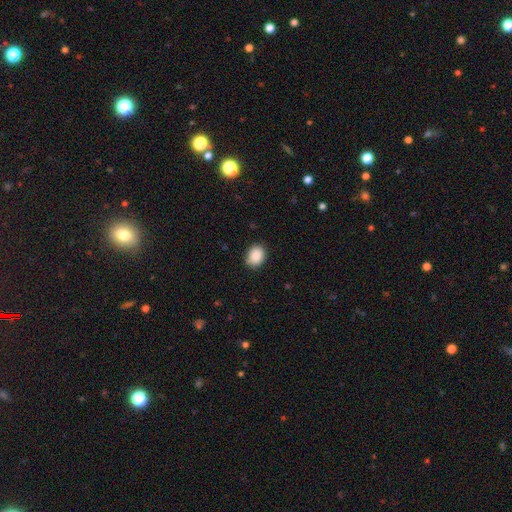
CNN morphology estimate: A smooth galaxy with no disk features (89%) that is in between round and cigar-shaped (57%).

Vote fractions:
- Smooth or featured? smooth: 89% / star or artifact: 8% / featured or disk: 3%
- How rounded? in between: 57% / round: 42% / cigar-shaped: 1%
- Merging? none: 84% / minor disturbance: 12% / major disturbance: 2% / merger: 1%